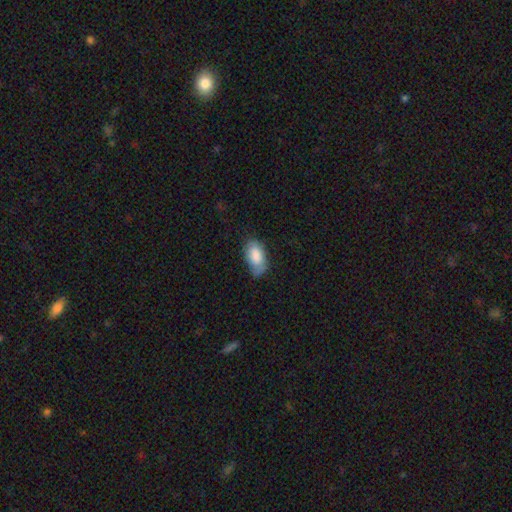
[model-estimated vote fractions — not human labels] Smooth or featured? smooth (80%)
How rounded? in between (94%)
Merging? none (56%)